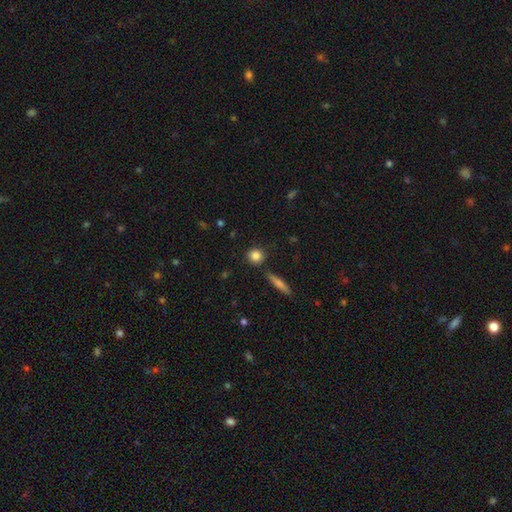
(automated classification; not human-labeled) A smooth galaxy with no disk features (83%) that is round (87%). Merging: none (84%).